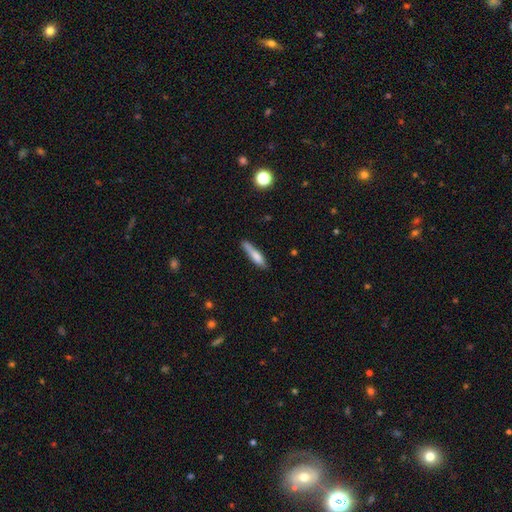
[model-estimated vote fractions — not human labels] The model was most divided on "merging": none: 71%, minor disturbance: 22%, major disturbance: 4%, merger: 3%. More confident: how rounded — cigar-shaped (80%); smooth or featured — smooth (75%).